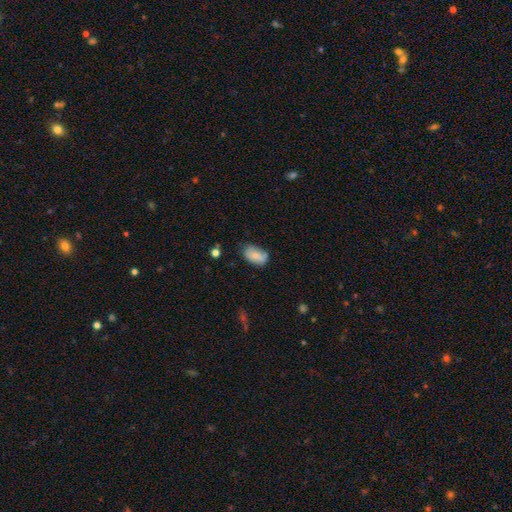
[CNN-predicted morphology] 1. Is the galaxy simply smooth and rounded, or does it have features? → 76% smooth, 17% featured or disk, 8% star or artifact.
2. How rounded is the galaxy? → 92% in between, 7% round, 2% cigar-shaped.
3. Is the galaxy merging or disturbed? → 64% none, 27% minor disturbance, 6% major disturbance, 3% merger.